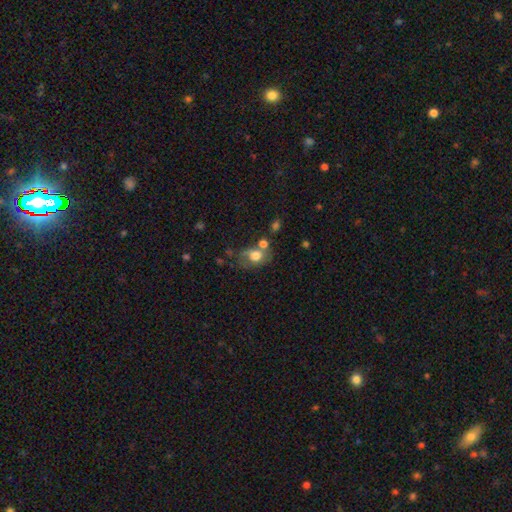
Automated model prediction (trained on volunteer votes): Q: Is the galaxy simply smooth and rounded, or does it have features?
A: smooth — 69%.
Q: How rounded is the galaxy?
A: in between — 50%.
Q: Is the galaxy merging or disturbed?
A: none — 41%.